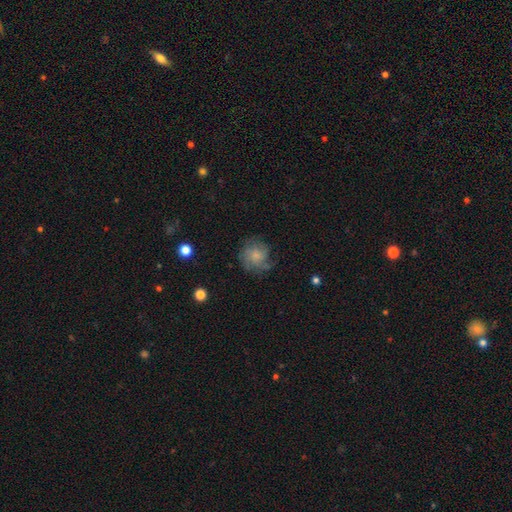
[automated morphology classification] featured or disk 49%, smooth 40%, star or artifact 11%. Down the decision tree: merging — none (63%).